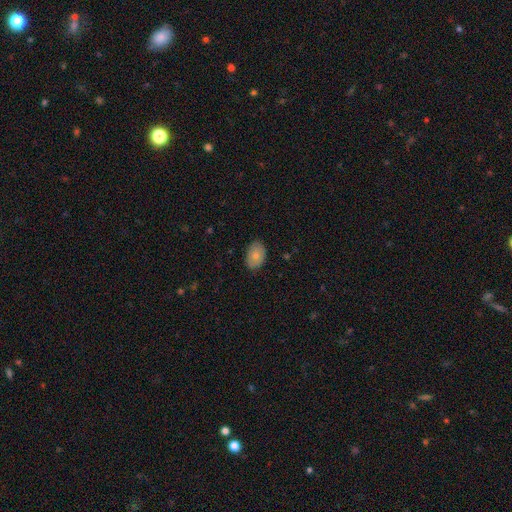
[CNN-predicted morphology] A smooth galaxy with no disk features (79%) that is in between round and cigar-shaped (83%).

Vote fractions:
- Smooth or featured? smooth: 79% / featured or disk: 14% / star or artifact: 7%
- How rounded? in between: 83% / round: 16% / cigar-shaped: 1%
- Merging? none: 84% / minor disturbance: 13% / major disturbance: 2% / merger: 1%